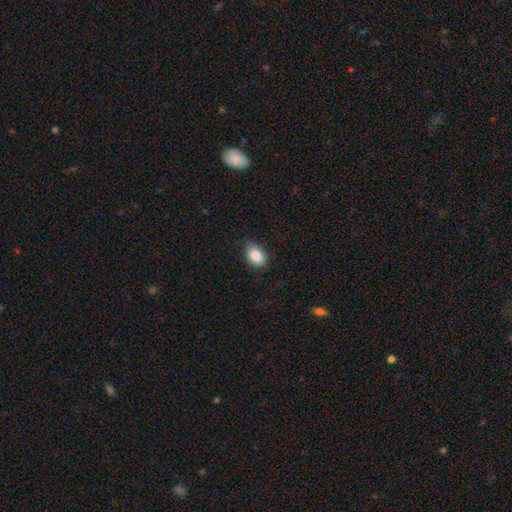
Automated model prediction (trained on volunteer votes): smooth-or-featured: smooth: 87% | star or artifact: 8% | featured or disk: 6%
  how-rounded: in between: 87% | round: 12% | cigar-shaped: 1%
  merging: none: 82% | minor disturbance: 15% | major disturbance: 2% | merger: 1%